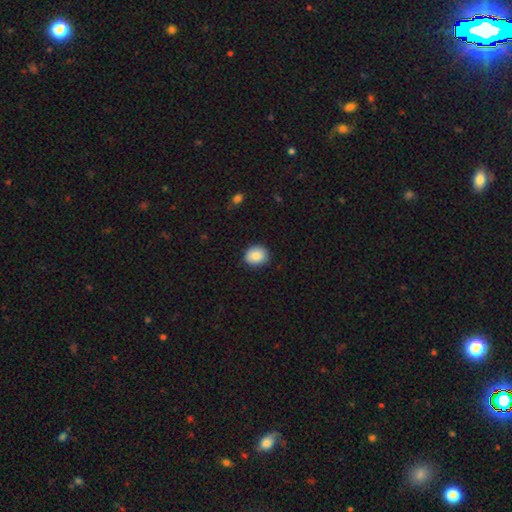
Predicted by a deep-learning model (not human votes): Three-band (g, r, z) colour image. It shows a smooth galaxy with no disk features (87%) that is round (60%). Merging: none (85%).